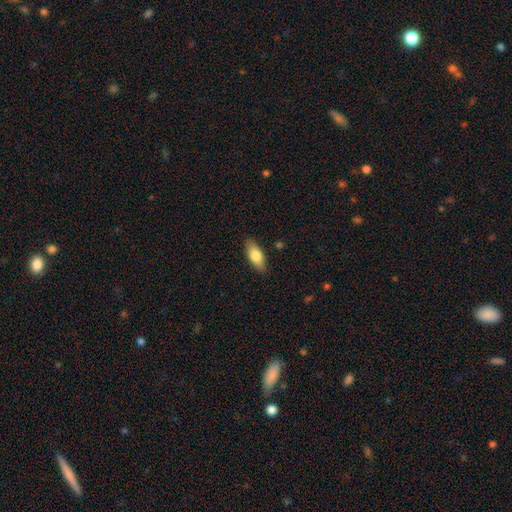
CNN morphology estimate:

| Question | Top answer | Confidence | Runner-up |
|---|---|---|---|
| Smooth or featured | smooth | 76% | featured or disk (18%) |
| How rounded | in between | 79% | cigar-shaped (18%) |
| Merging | none | 87% | minor disturbance (10%) |